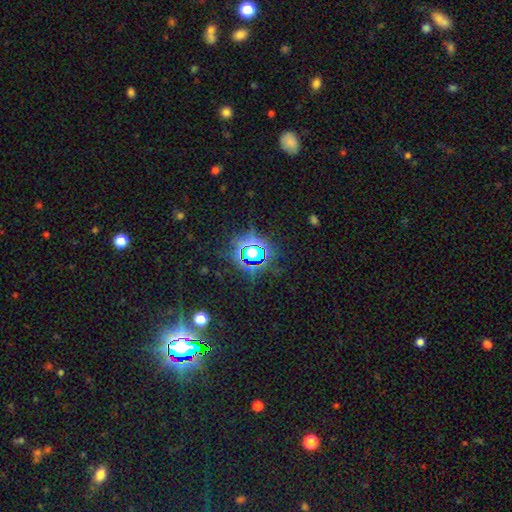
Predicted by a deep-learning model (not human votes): Smooth or featured? Predicted: star or artifact (p=0.71).